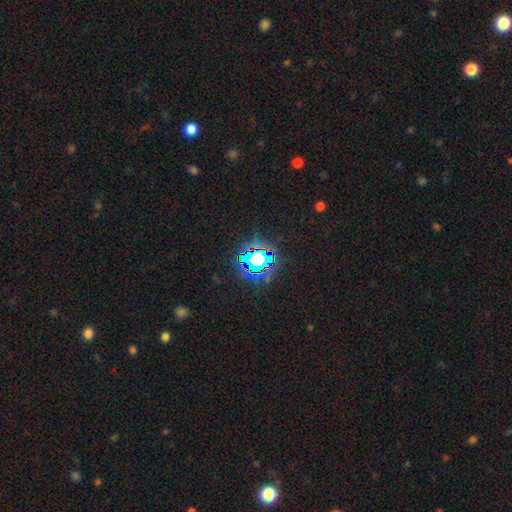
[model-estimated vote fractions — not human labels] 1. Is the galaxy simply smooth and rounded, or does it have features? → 73% star or artifact, 16% smooth, 12% featured or disk.